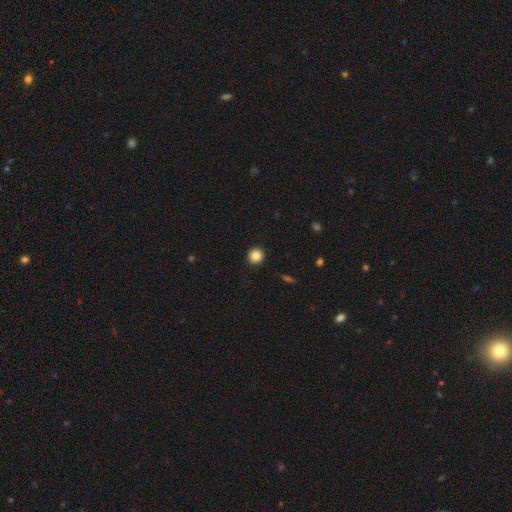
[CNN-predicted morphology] Smooth or featured?
  - smooth: 85% *
  - star or artifact: 10%
  - featured or disk: 5%
How rounded?
  - round: 95% *
  - in between: 4%
  - cigar-shaped: 1%
Merging?
  - none: 93% *
  - minor disturbance: 4%
  - major disturbance: 1%
  - merger: 1%